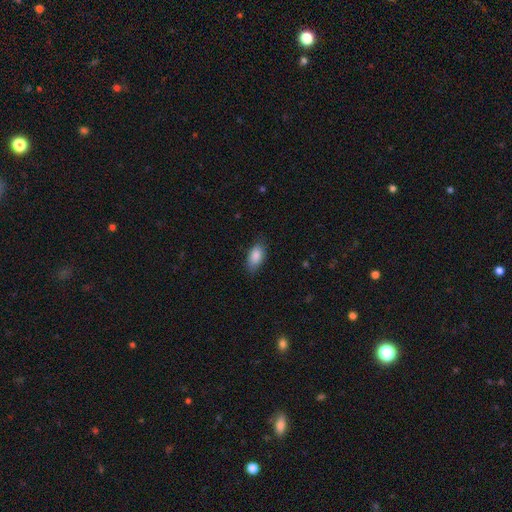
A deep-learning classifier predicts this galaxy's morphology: Smooth or featured? Predicted: smooth (p=0.87). How rounded? Predicted: in between (p=0.91). Merging? Predicted: none (p=0.80).